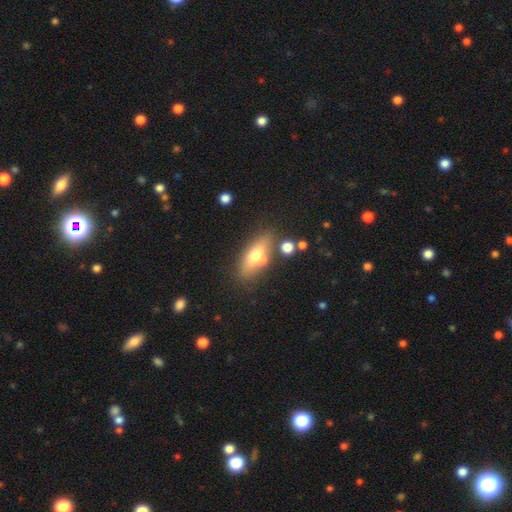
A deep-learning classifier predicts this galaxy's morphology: type=smooth (61%); roundness=in between (67%); merging=none (69%).